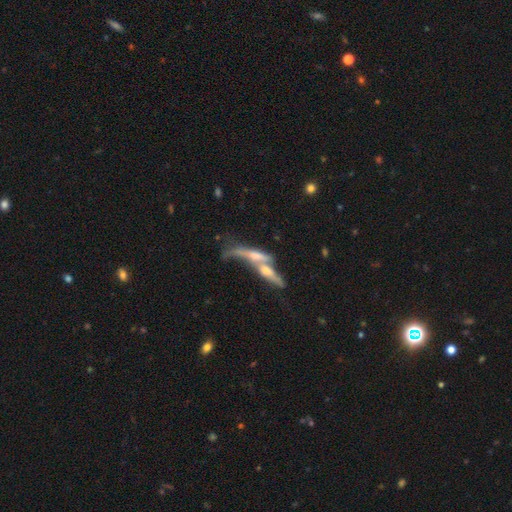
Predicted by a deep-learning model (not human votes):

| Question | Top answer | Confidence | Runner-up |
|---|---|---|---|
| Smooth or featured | featured or disk | 51% | smooth (40%) |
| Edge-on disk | yes | 66% | no (34%) |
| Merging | merger | 63% | none (19%) |